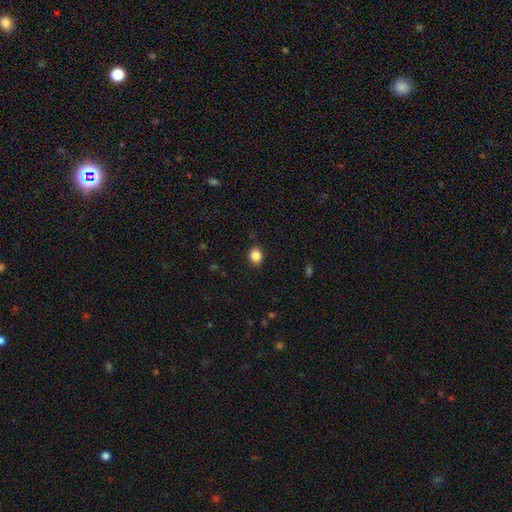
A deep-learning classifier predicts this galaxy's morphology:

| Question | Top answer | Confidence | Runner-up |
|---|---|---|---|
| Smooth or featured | smooth | 86% | star or artifact (10%) |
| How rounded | round | 70% | in between (29%) |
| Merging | none | 88% | minor disturbance (9%) |